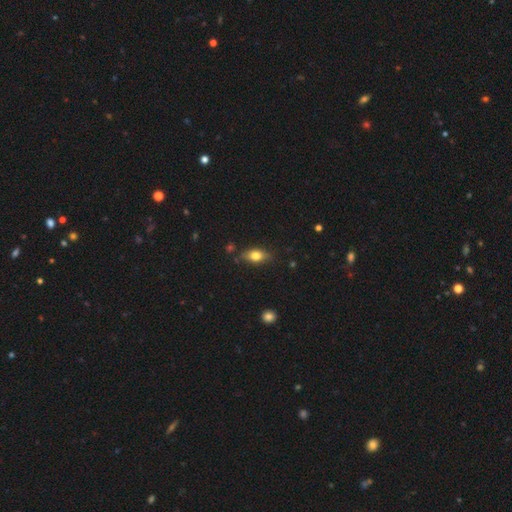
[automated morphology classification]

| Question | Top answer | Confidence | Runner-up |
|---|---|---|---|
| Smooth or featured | smooth | 73% | featured or disk (19%) |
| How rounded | in between | 80% | round (10%) |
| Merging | none | 77% | minor disturbance (16%) |